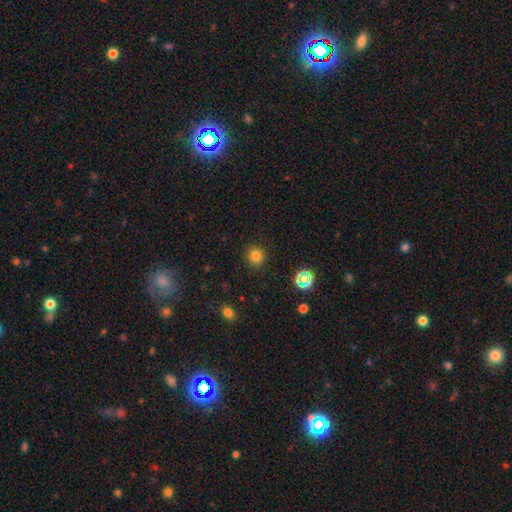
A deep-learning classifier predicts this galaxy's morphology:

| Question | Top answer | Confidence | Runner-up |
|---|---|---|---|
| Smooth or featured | smooth | 79% | star or artifact (15%) |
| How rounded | round | 87% | in between (12%) |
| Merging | none | 90% | minor disturbance (7%) |